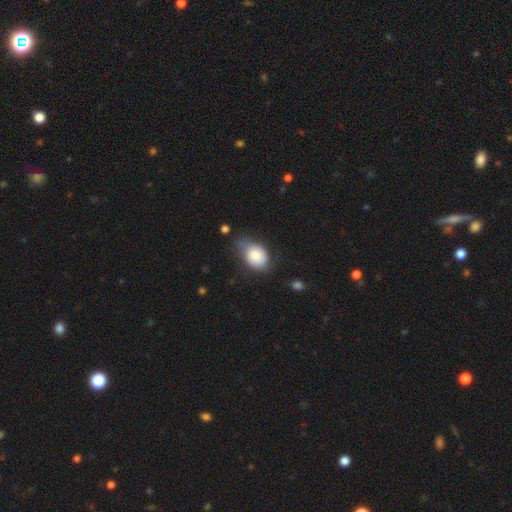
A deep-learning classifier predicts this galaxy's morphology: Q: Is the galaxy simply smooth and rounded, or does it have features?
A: smooth — 82%.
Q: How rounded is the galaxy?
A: in between — 70%.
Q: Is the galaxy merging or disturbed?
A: none — 43%.